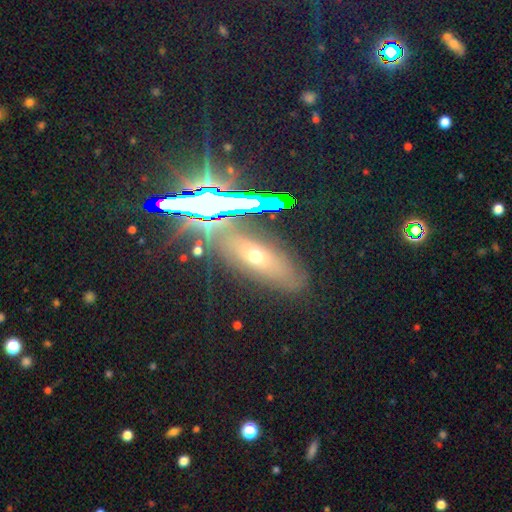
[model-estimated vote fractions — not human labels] Smooth or featured?
  - smooth: 43% *
  - featured or disk: 30%
  - star or artifact: 27%
Merging?
  - none: 80% *
  - minor disturbance: 12%
  - major disturbance: 5%
  - merger: 3%